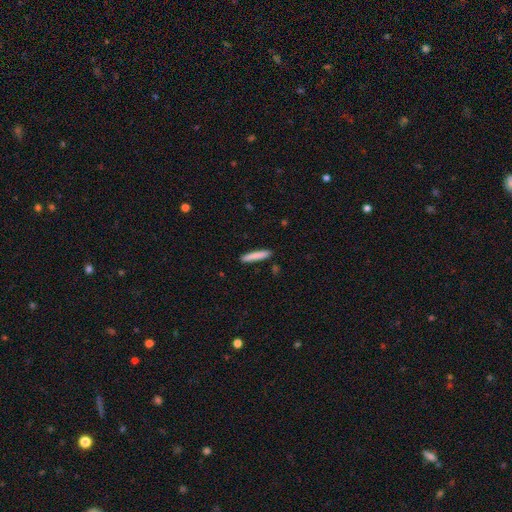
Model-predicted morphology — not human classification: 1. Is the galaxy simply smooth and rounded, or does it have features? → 84% smooth, 10% featured or disk, 6% star or artifact.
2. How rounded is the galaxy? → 92% cigar-shaped, 6% in between, 1% round.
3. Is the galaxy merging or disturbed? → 89% none, 8% minor disturbance, 2% merger, 2% major disturbance.